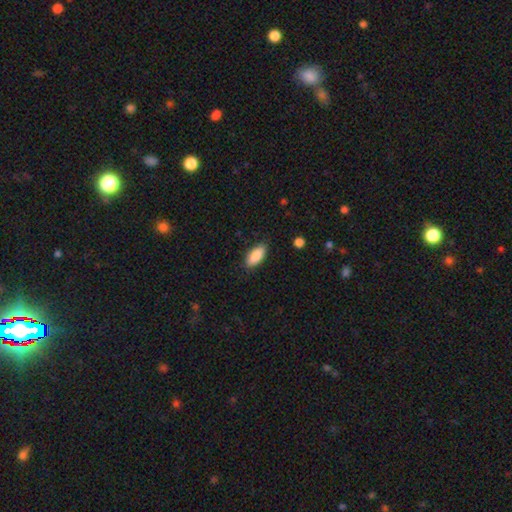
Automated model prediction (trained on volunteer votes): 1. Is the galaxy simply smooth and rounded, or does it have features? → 85% smooth, 8% featured or disk, 6% star or artifact.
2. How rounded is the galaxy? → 86% in between, 12% cigar-shaped, 2% round.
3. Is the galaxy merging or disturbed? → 85% none, 11% minor disturbance, 2% major disturbance, 1% merger.